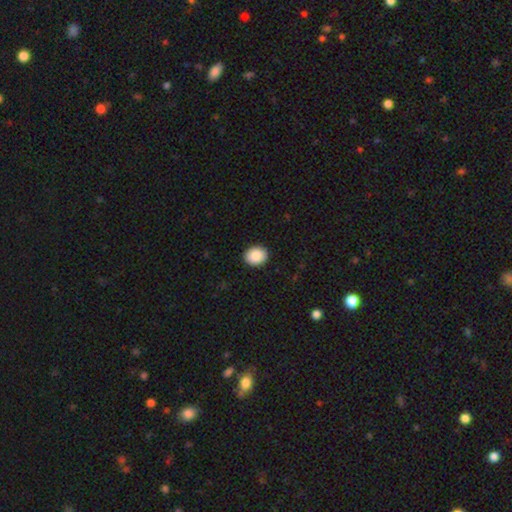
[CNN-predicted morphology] smooth 90%, star or artifact 7%, featured or disk 3%. Down the decision tree: how rounded — round (60%); merging — none (91%).